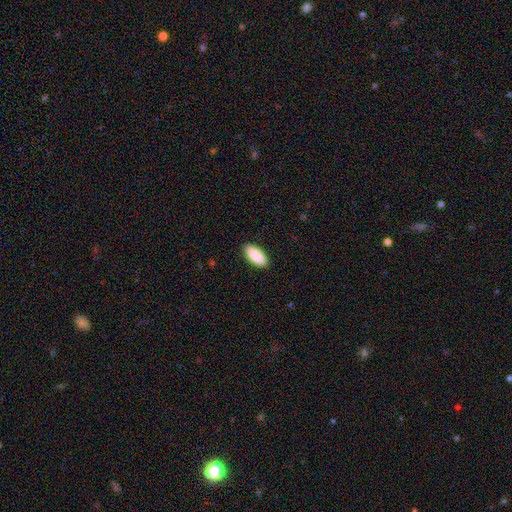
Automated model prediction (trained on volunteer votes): Q: Smooth or featured?
A: smooth (91%); runner-up: star or artifact (6%)
Q: How rounded?
A: in between (90%); runner-up: cigar-shaped (8%)
Q: Merging?
A: none (90%); runner-up: minor disturbance (8%)